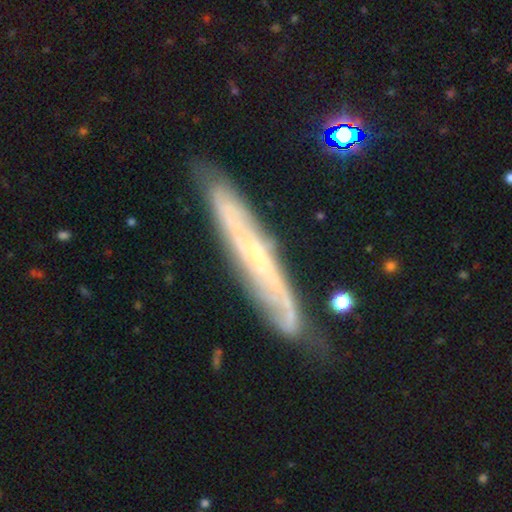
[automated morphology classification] Smooth or featured? Predicted: featured or disk (p=0.75). Edge-on disk? Predicted: yes (p=0.56). Merging? Predicted: none (p=0.76).